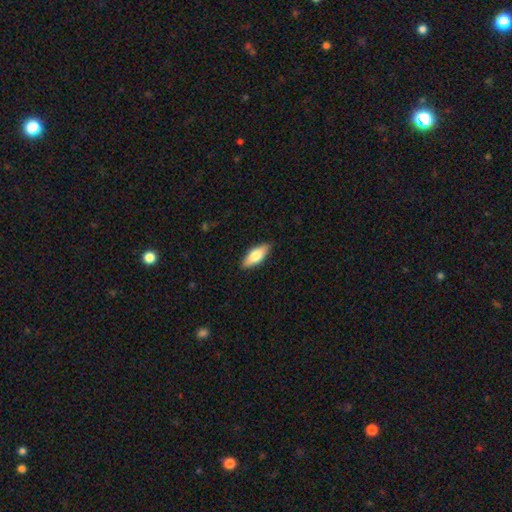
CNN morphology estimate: smooth-or-featured: smooth: 70% | featured or disk: 25% | star or artifact: 6%
  how-rounded: in between: 73% | cigar-shaped: 25% | round: 2%
  merging: none: 88% | minor disturbance: 9% | major disturbance: 2% | merger: 1%